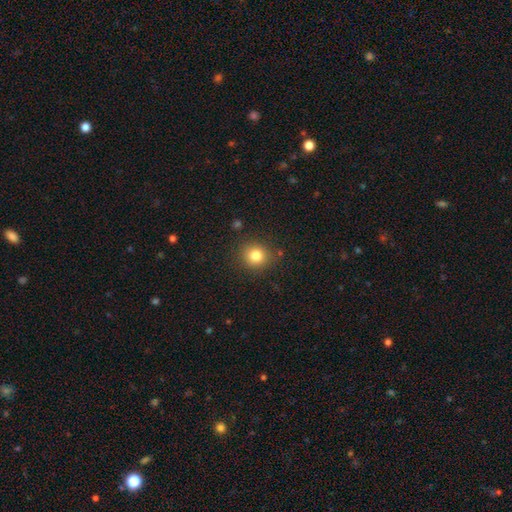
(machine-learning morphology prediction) A smooth galaxy with no disk features (81%) that is round (88%). Merging: none (87%).